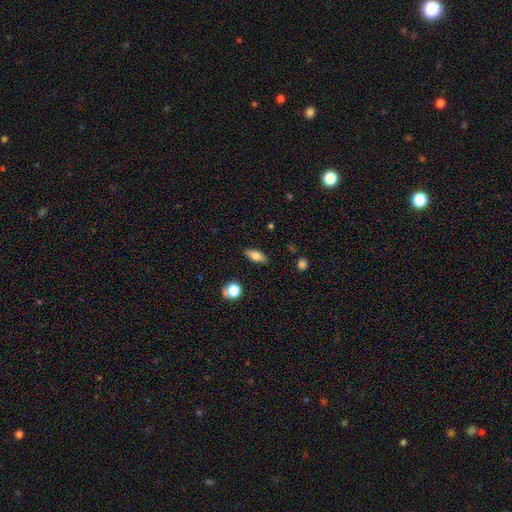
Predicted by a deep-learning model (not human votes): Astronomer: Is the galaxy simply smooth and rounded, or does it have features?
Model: smooth — 75%.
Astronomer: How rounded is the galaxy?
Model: in between — 80%.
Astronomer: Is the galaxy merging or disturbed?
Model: none — 87%.